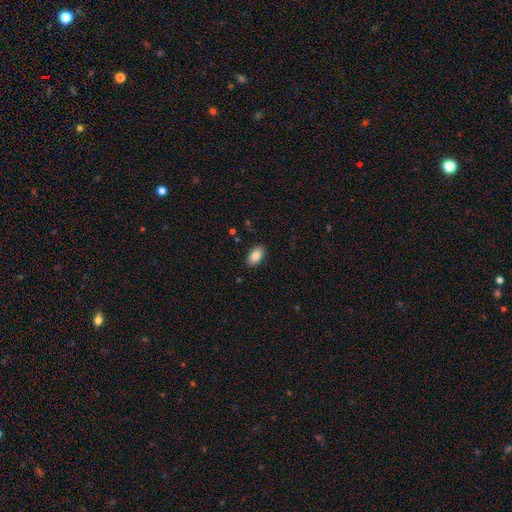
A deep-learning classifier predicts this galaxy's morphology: smooth-or-featured: smooth: 87% | star or artifact: 7% | featured or disk: 5%
  how-rounded: in between: 93% | round: 5% | cigar-shaped: 2%
  merging: none: 88% | minor disturbance: 8% | major disturbance: 2% | merger: 1%